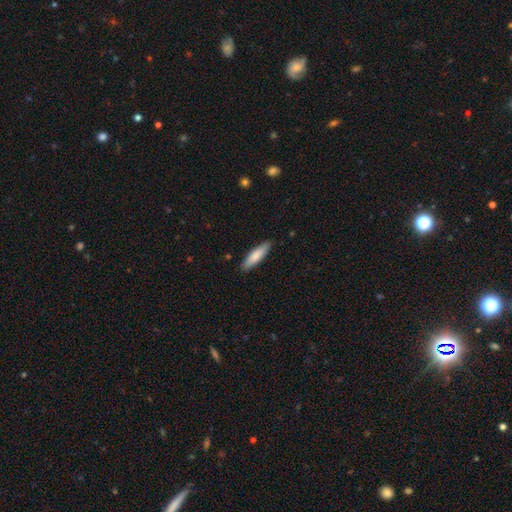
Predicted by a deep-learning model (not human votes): Overall: smooth (81%). How rounded: cigar-shaped (71%). Merging: none (89%).